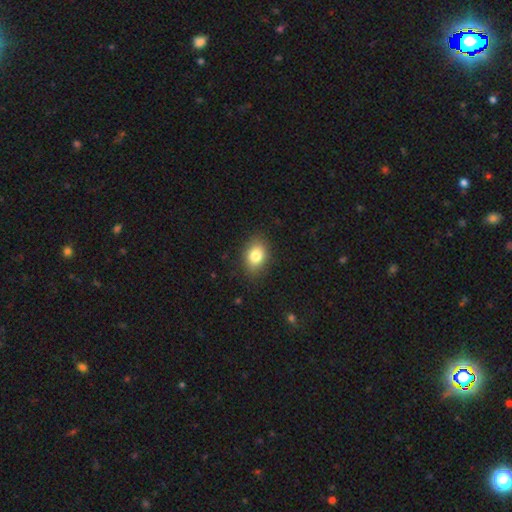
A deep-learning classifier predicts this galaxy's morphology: Smooth or featured? Predicted: smooth (p=0.82). How rounded? Predicted: in between (p=0.73). Merging? Predicted: none (p=0.86).